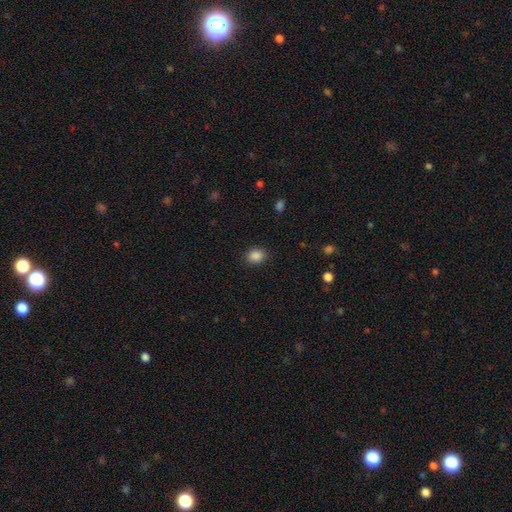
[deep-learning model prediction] Smooth or featured?
  - smooth: 87% *
  - star or artifact: 10%
  - featured or disk: 3%
How rounded?
  - in between: 51% *
  - round: 48%
  - cigar-shaped: 1%
Merging?
  - none: 88% *
  - minor disturbance: 9%
  - major disturbance: 3%
  - merger: 1%